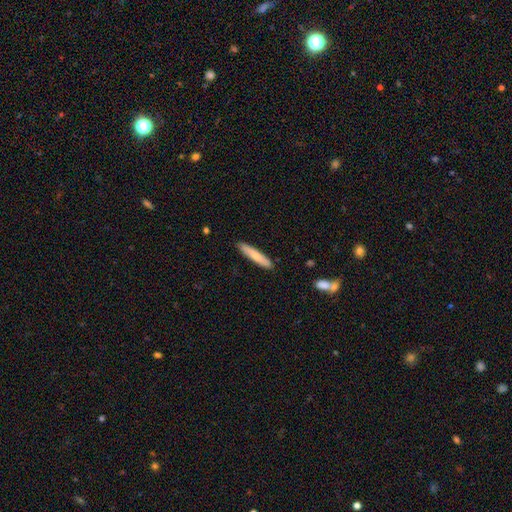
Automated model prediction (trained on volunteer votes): Q: Smooth or featured?
A: smooth (77%); runner-up: featured or disk (18%)
Q: How rounded?
A: cigar-shaped (90%); runner-up: in between (9%)
Q: Merging?
A: none (89%); runner-up: minor disturbance (8%)